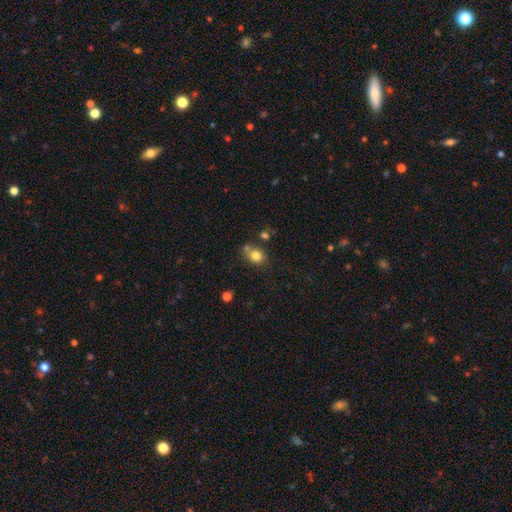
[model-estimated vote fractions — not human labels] Smooth or featured? smooth (79%)
How rounded? round (54%)
Merging? none (58%)